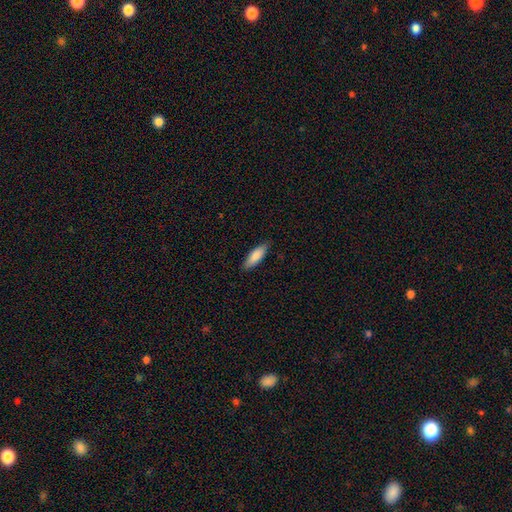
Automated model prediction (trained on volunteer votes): smooth 84%, featured or disk 11%, star or artifact 5%. Down the decision tree: how rounded — in between (54%); merging — none (85%).